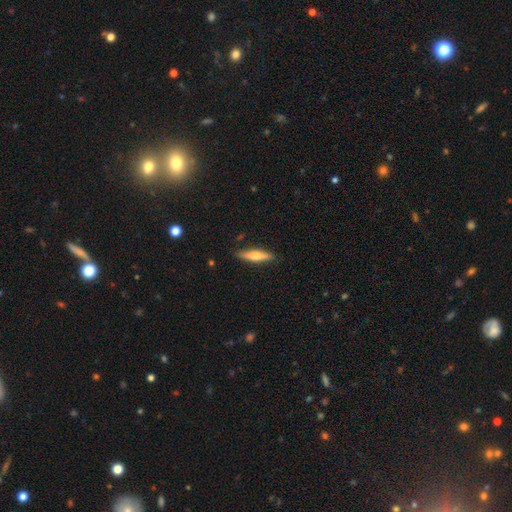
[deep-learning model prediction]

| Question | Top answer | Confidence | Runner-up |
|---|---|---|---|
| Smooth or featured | smooth | 60% | featured or disk (34%) |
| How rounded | cigar-shaped | 79% | in between (20%) |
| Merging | none | 87% | minor disturbance (10%) |